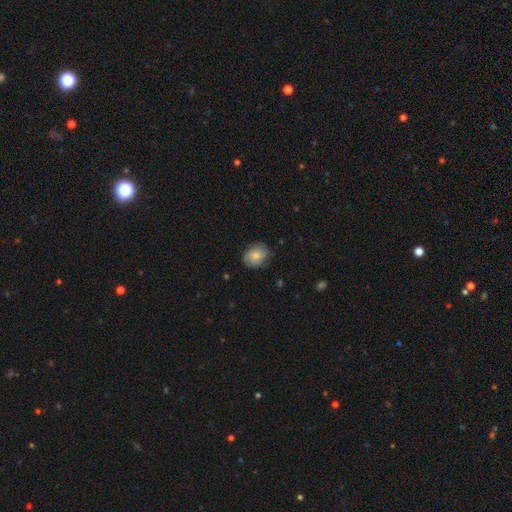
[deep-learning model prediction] Morphology: type=smooth (73%); roundness=round (53%); merging=none (77%).